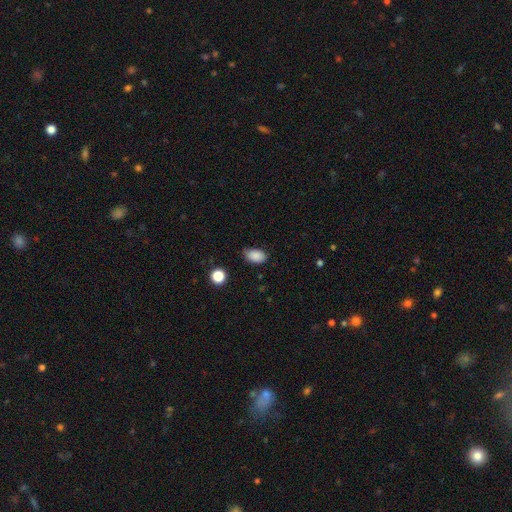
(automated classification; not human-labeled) Smooth or featured? smooth (86%)
How rounded? in between (88%)
Merging? none (68%)